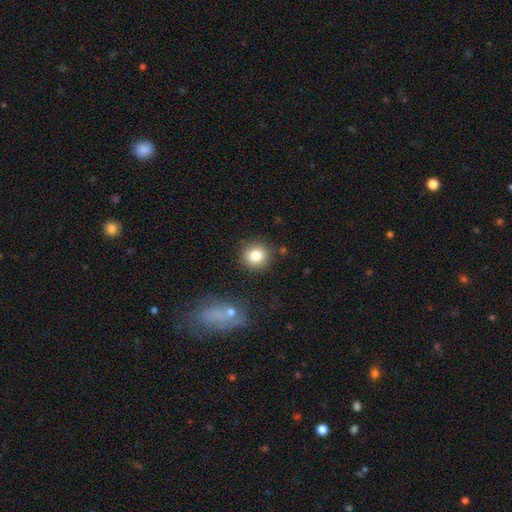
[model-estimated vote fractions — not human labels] smooth_or_featured: smooth (p=0.83) [alt: star or artifact p=0.10]
how_rounded: round (p=0.89) [alt: in between p=0.10]
merging: none (p=0.86) [alt: minor disturbance p=0.08]